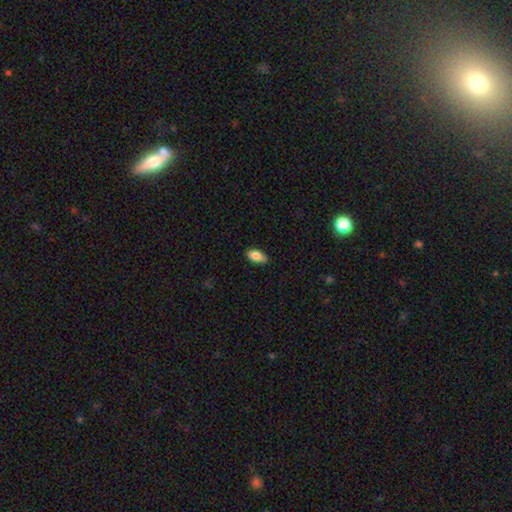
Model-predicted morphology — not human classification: This appears to be a smooth galaxy with no disk features (82%) that is in between round and cigar-shaped (90%). Merging: none (82%).